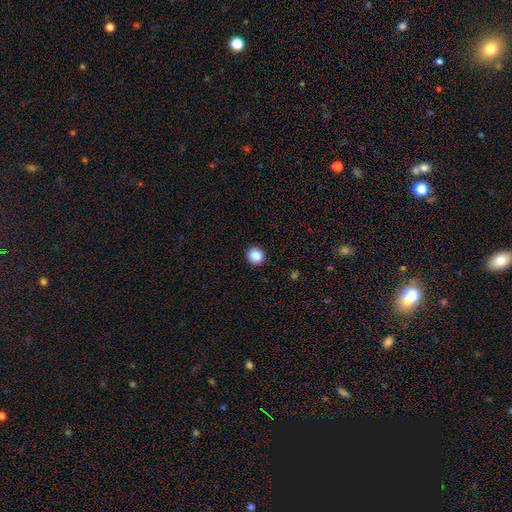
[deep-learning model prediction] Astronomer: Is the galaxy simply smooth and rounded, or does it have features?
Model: smooth — 88%.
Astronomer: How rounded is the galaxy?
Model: round — 87%.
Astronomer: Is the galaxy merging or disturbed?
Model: none — 92%.